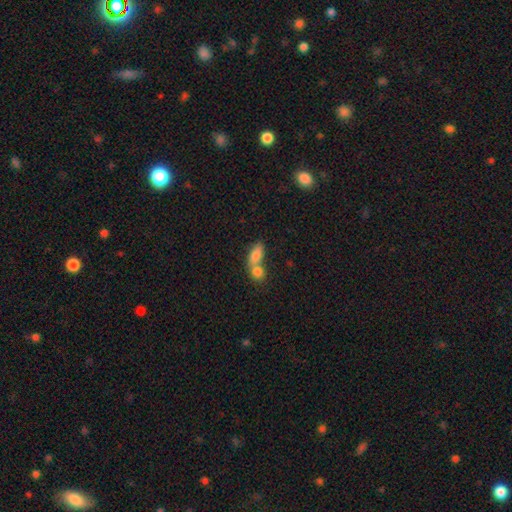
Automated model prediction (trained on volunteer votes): The model was most divided on "merging": merger: 65%, none: 24%, minor disturbance: 7%, major disturbance: 4%. More confident: smooth or featured — smooth (81%); how rounded — in between (77%).